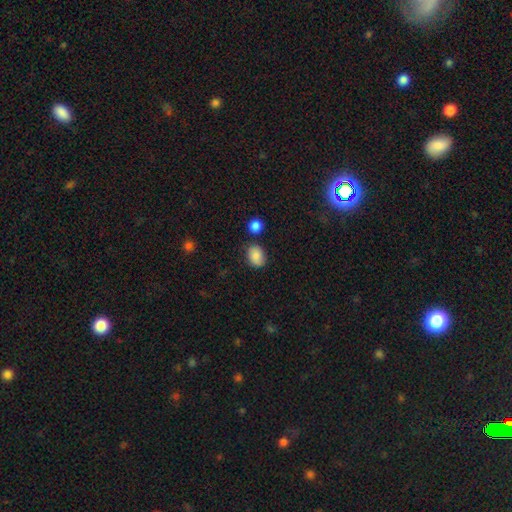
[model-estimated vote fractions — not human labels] The model was most divided on "how rounded": in between: 61%, round: 38%, cigar-shaped: 1%. More confident: smooth or featured — smooth (83%); merging — none (75%).